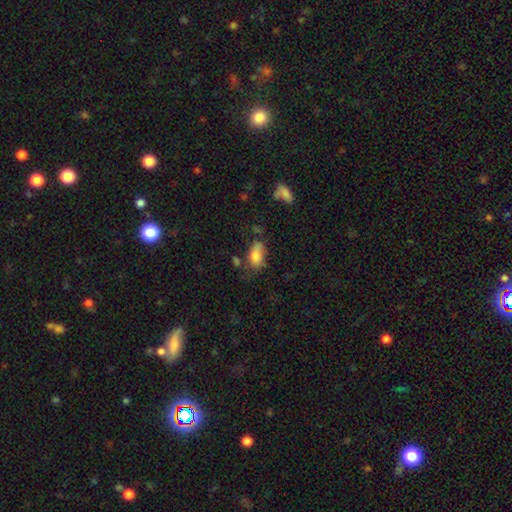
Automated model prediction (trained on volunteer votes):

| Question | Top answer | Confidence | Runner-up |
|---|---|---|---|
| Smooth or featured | smooth | 79% | featured or disk (12%) |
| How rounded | in between | 89% | round (8%) |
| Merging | none | 43% | minor disturbance (31%) |